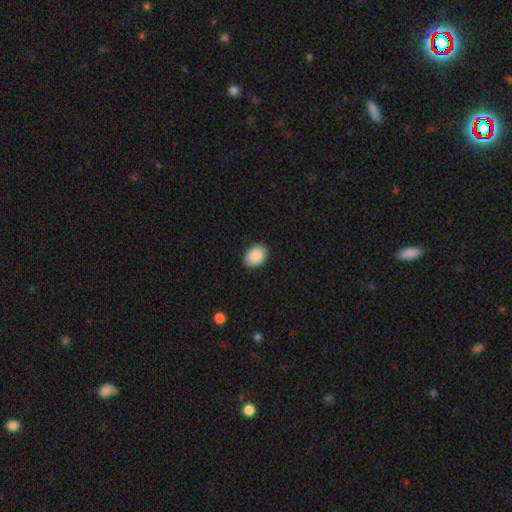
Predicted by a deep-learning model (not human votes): Smooth or featured?
  - smooth: 90% *
  - star or artifact: 7%
  - featured or disk: 3%
How rounded?
  - in between: 79% *
  - round: 20%
  - cigar-shaped: 1%
Merging?
  - none: 89% *
  - minor disturbance: 8%
  - major disturbance: 2%
  - merger: 1%